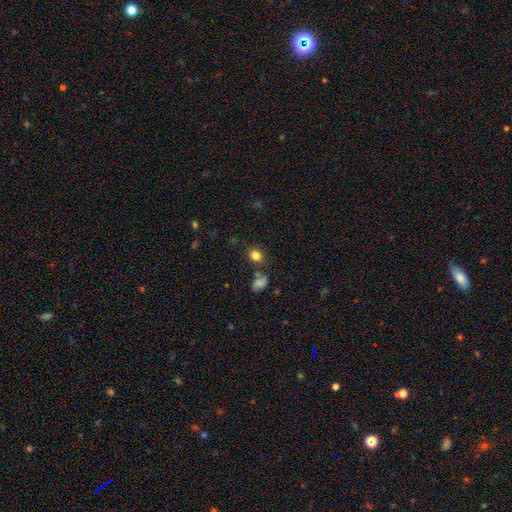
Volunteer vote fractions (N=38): This appears to be a smooth galaxy with no disk features (87%) that is in between round and cigar-shaped (52%). Merging: none (78%).